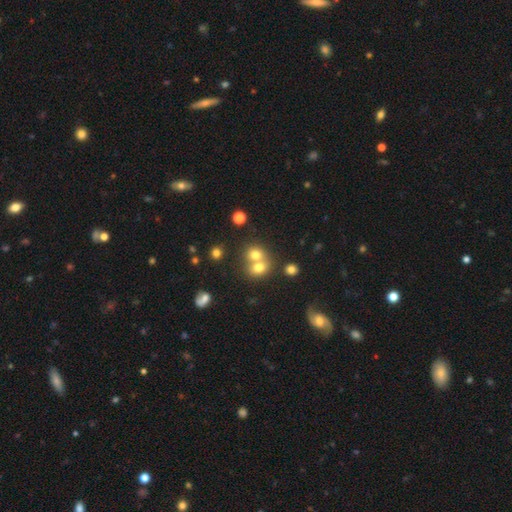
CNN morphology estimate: Smooth or featured? Predicted: smooth (p=0.68). How rounded? Predicted: round (p=0.69). Merging? Predicted: merger (p=0.59).